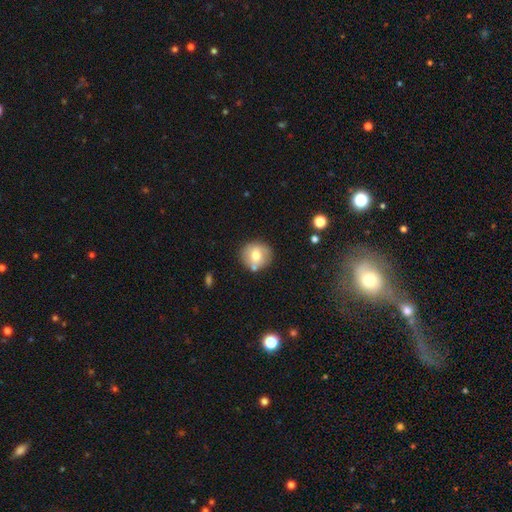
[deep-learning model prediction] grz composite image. It shows a smooth galaxy with no disk features (71%) that is round (92%). Merging: none (78%).